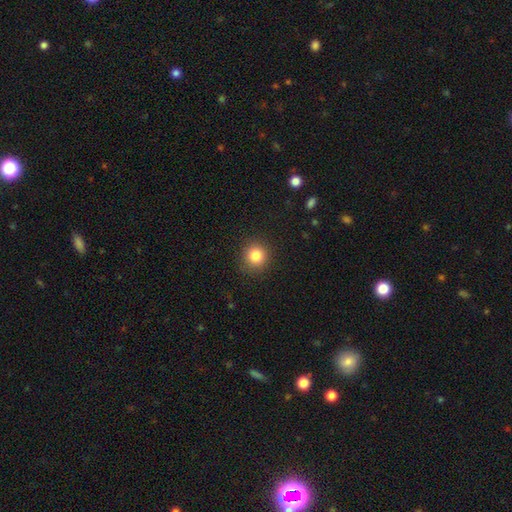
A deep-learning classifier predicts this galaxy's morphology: smooth_or_featured: smooth (p=0.83) [alt: star or artifact p=0.11]
how_rounded: round (p=0.91) [alt: in between p=0.08]
merging: none (p=0.89) [alt: minor disturbance p=0.07]